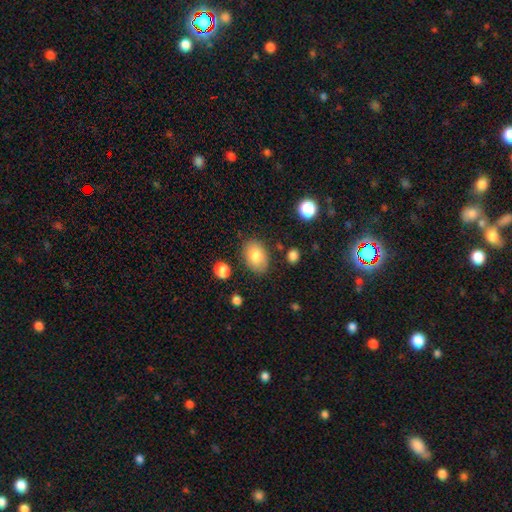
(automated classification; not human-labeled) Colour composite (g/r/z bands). It shows a smooth galaxy with no disk features (84%) that is in between round and cigar-shaped (82%). Merging: none (80%).